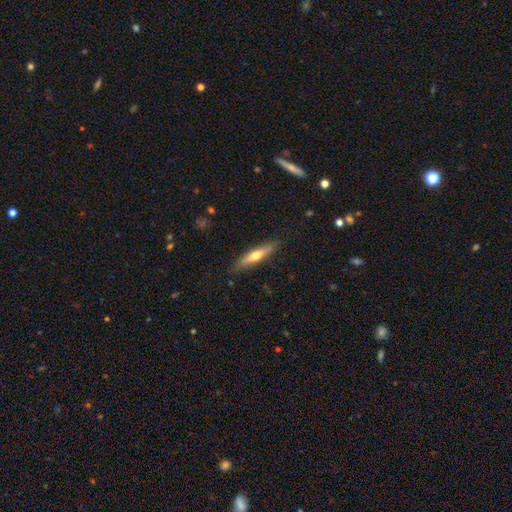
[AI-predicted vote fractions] Overall: smooth (51%; featured or disk 43%). How rounded: cigar-shaped (82%). Merging: none (85%).